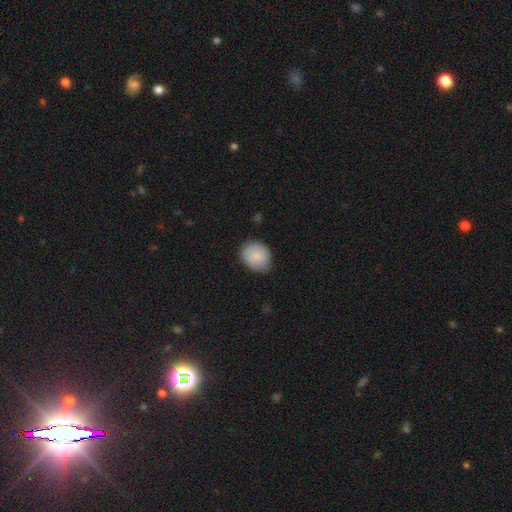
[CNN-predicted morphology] A smooth galaxy with no disk features (86%) that is round (58%). Merging: none (73%).